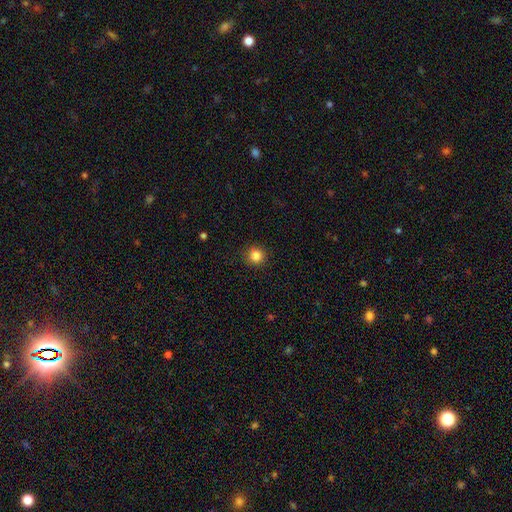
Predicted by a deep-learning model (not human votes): This appears to be a smooth galaxy with no disk features (84%) that is round (93%). Merging: none (91%).